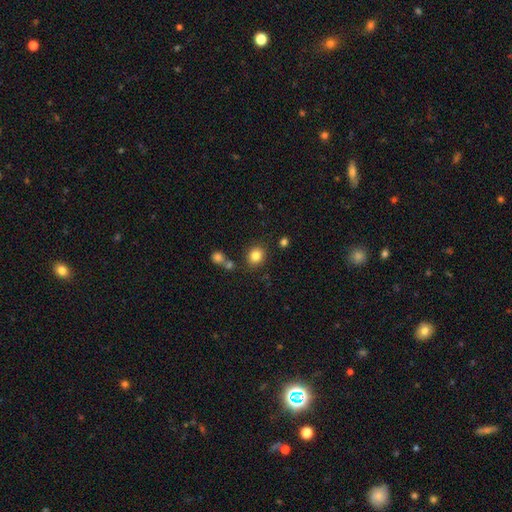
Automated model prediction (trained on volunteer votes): The model was most divided on "how rounded": round: 73%, in between: 26%, cigar-shaped: 1%. More confident: smooth or featured — smooth (82%); merging — none (81%).